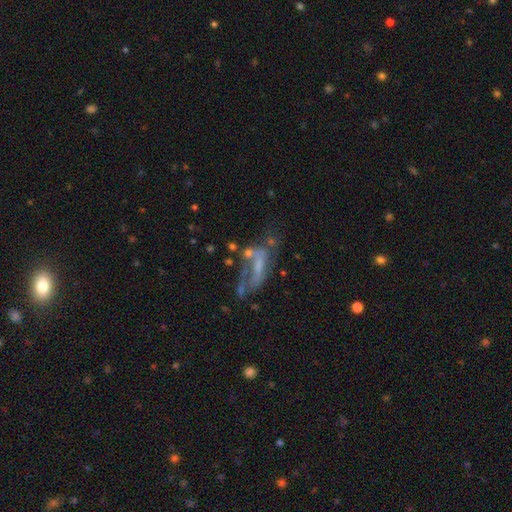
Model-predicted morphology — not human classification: This is likely a featured or disk galaxy (60%). It is clearly not viewed edge-on (88%). Bar: possibly no (50%). Spiral arm pattern: possibly no (56%). Central bulge: marginally none (39%). Merging: marginally major disturbance (38%).